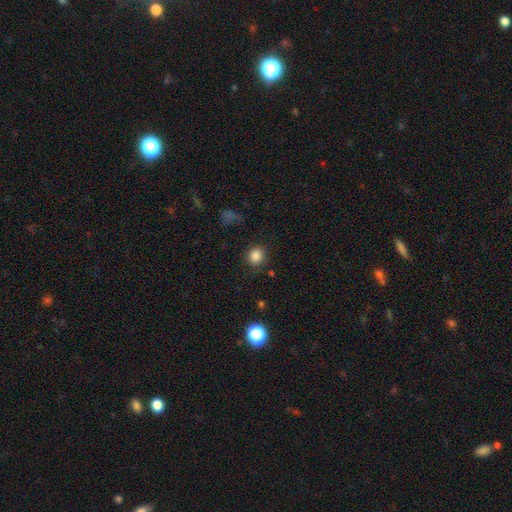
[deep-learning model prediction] This is clearly a smooth galaxy (85%). How rounded: likely round (79%). Merging: clearly none (84%).